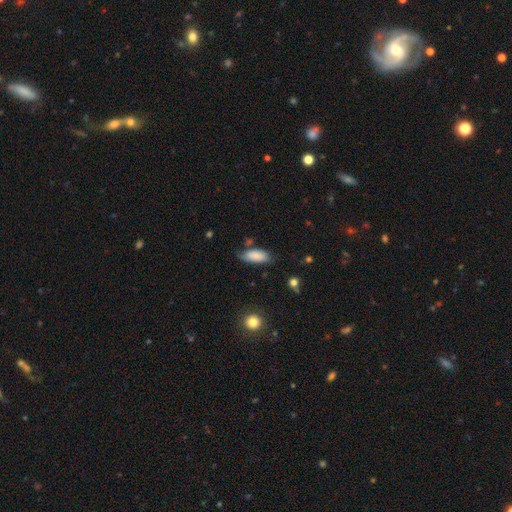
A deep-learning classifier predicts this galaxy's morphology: A smooth galaxy with no disk features (85%) that is in between round and cigar-shaped (82%).

Vote fractions:
- Smooth or featured? smooth: 85% / featured or disk: 8% / star or artifact: 7%
- How rounded? in between: 82% / cigar-shaped: 16% / round: 2%
- Merging? none: 59% / minor disturbance: 30% / major disturbance: 7% / merger: 4%